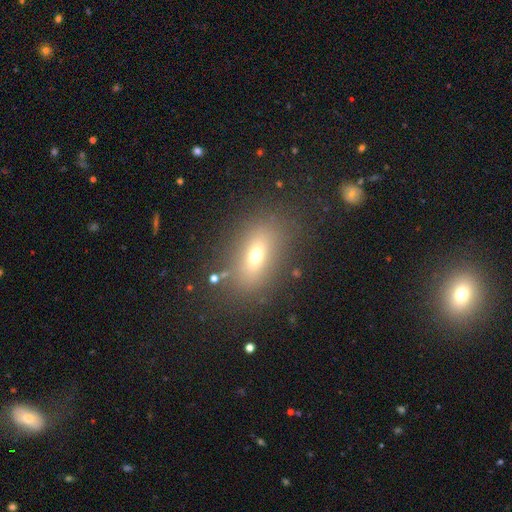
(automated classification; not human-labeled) A smooth galaxy with no disk features (63%) that is in between round and cigar-shaped (75%).

Vote fractions:
- Smooth or featured? smooth: 63% / featured or disk: 21% / star or artifact: 16%
- How rounded? in between: 75% / round: 14% / cigar-shaped: 11%
- Merging? none: 80% / minor disturbance: 11% / major disturbance: 6% / merger: 3%